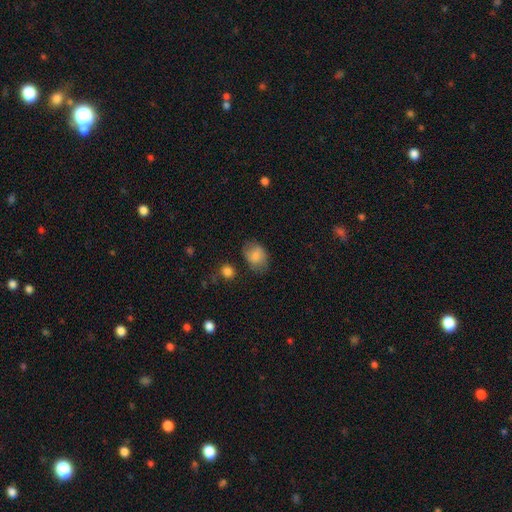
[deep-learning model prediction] smooth_or_featured: smooth (p=0.79) [alt: featured or disk p=0.13]
how_rounded: in between (p=0.70) [alt: round p=0.29]
merging: none (p=0.65) [alt: minor disturbance p=0.24]